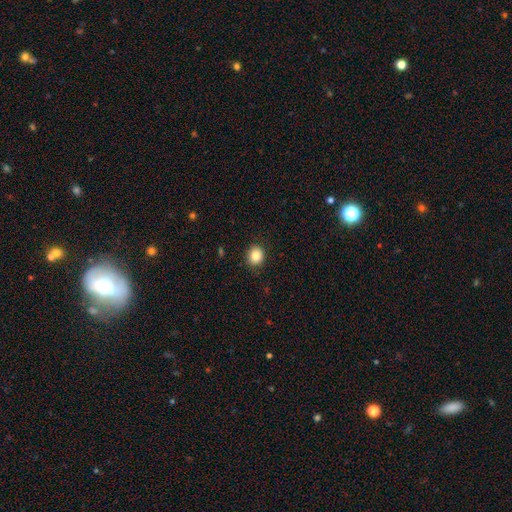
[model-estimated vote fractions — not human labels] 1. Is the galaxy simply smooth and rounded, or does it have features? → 86% smooth, 9% star or artifact, 4% featured or disk.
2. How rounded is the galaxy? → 70% round, 29% in between, 1% cigar-shaped.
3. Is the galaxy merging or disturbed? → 89% none, 8% minor disturbance, 2% major disturbance, 1% merger.